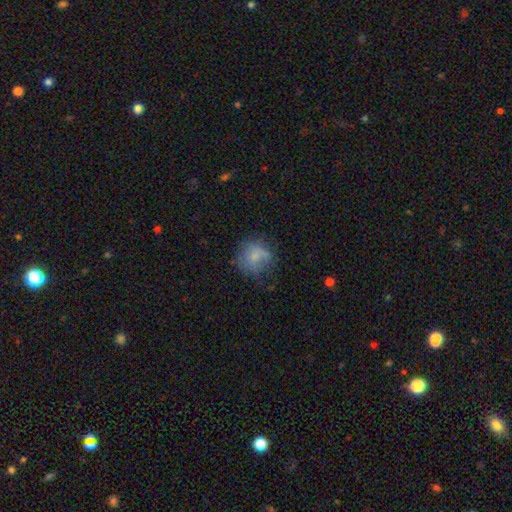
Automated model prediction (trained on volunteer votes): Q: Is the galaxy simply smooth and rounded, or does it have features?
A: smooth — 67%.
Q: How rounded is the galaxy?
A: round — 80%.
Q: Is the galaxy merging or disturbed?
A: none — 54%.